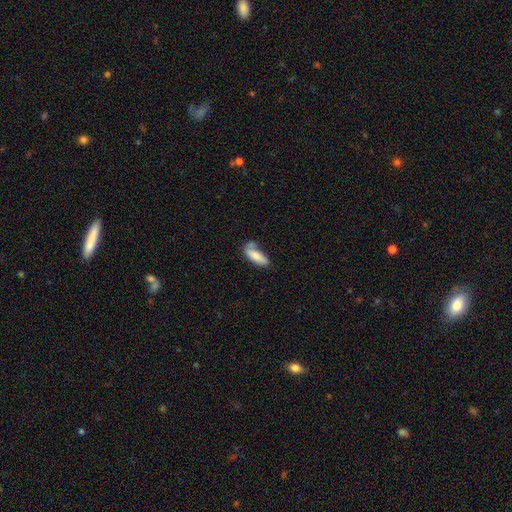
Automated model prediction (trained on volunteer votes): Smooth or featured? Predicted: smooth (p=0.78). How rounded? Predicted: in between (p=0.69). Merging? Predicted: none (p=0.44).